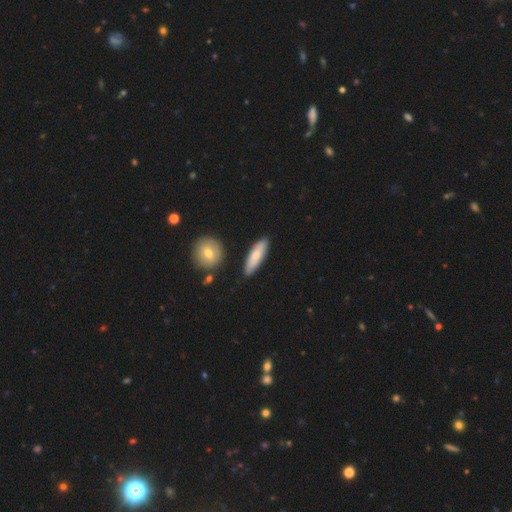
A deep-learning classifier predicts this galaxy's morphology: smooth_or_featured: smooth (p=0.71) [alt: featured or disk p=0.24]
how_rounded: cigar-shaped (p=0.56) [alt: in between p=0.41]
merging: none (p=0.83) [alt: minor disturbance p=0.11]